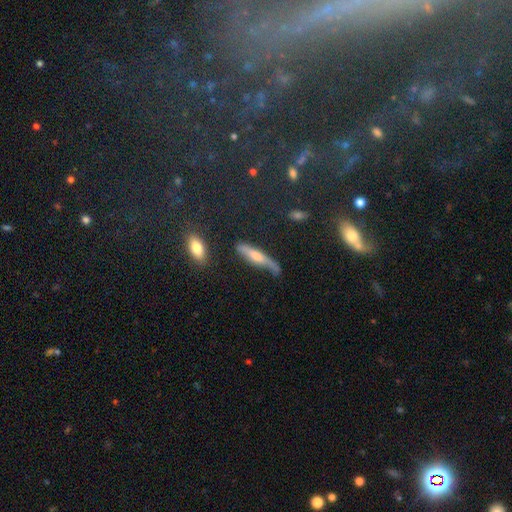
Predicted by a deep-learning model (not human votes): Smooth or featured: featured or disk — 46% (smooth — 45%)
Merging: none — 48% (minor disturbance — 30%)